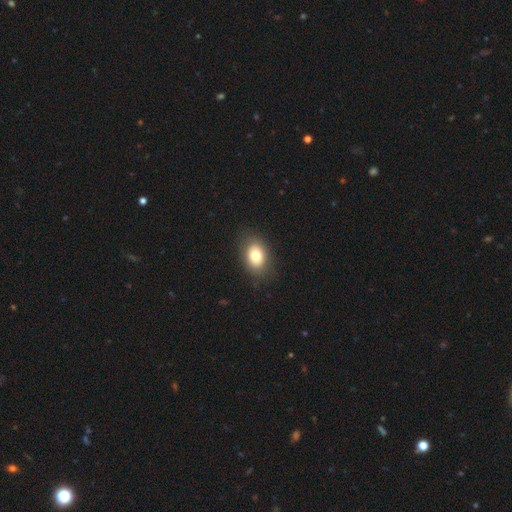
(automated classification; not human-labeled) This is likely a smooth galaxy (78%). How rounded: likely in between (78%). Merging: clearly none (85%).